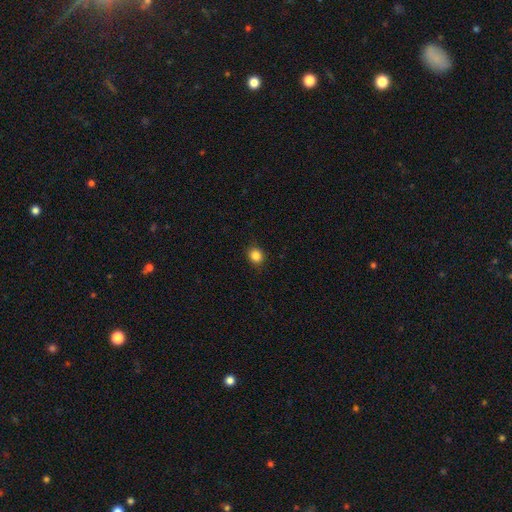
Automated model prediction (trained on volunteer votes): This appears to be a smooth galaxy with no disk features (86%) that is round (81%). Merging: none (89%).